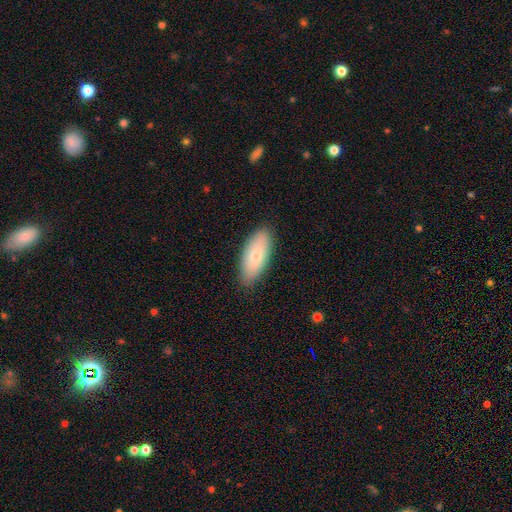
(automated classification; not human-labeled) smooth-or-featured: smooth: 80% | featured or disk: 14% | star or artifact: 6%
  how-rounded: in between: 83% | cigar-shaped: 15% | round: 2%
  merging: none: 87% | minor disturbance: 10% | major disturbance: 2% | merger: 1%